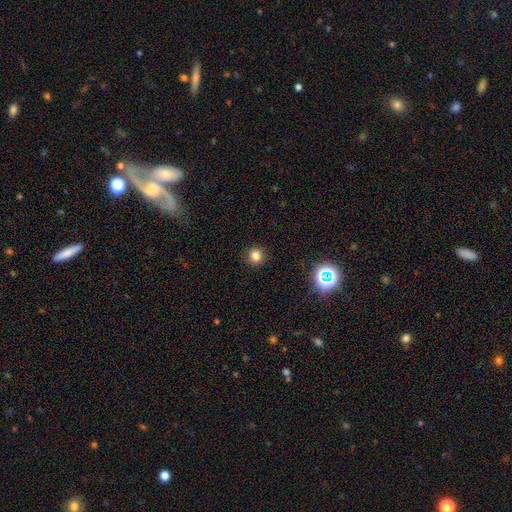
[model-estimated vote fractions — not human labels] The model was most divided on "smooth or featured": smooth: 80%, star or artifact: 15%, featured or disk: 5%. More confident: merging — none (91%); how rounded — round (90%).